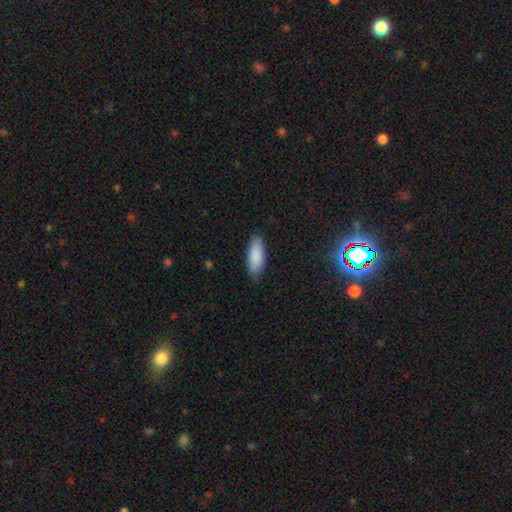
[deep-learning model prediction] This is clearly a smooth galaxy (88%). How rounded: likely in between (75%). Merging: clearly none (85%).